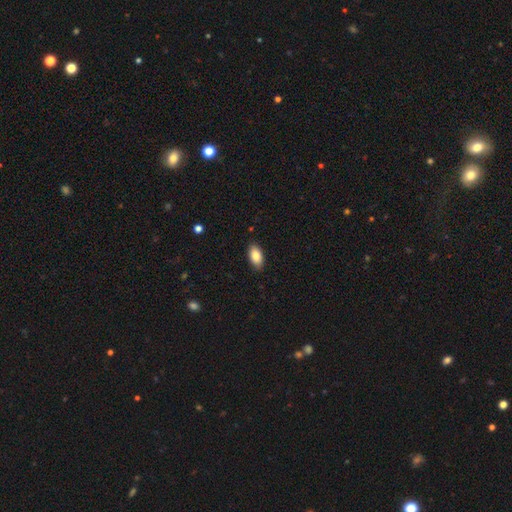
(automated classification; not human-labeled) Overall: smooth (85%). How rounded: in between (93%). Merging: none (87%).